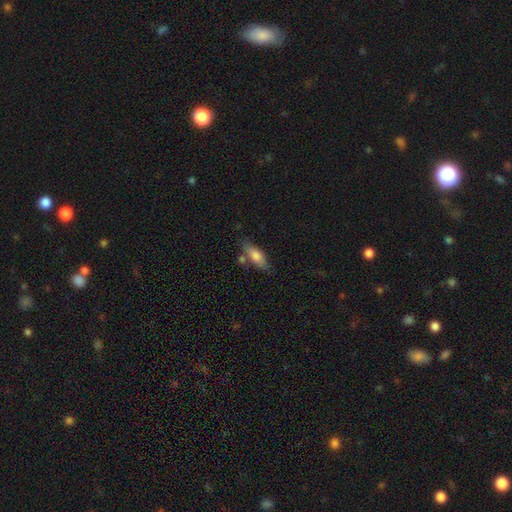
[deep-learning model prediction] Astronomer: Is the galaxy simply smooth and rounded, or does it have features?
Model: smooth — 74%.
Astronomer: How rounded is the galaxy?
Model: in between — 64%.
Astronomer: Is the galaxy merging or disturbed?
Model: none — 67%.